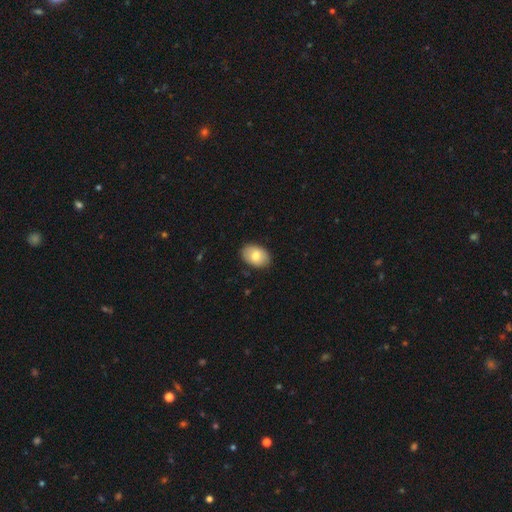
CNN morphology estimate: Smooth or featured? Predicted: smooth (p=0.78). How rounded? Predicted: in between (p=0.85). Merging? Predicted: none (p=0.87).